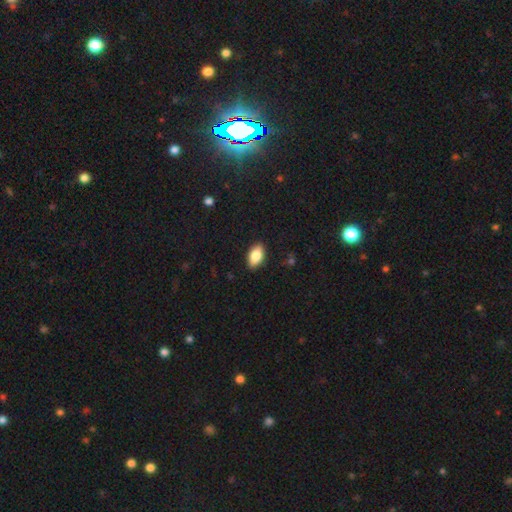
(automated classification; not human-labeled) Smooth or featured? Predicted: smooth (p=0.84). How rounded? Predicted: in between (p=0.92). Merging? Predicted: none (p=0.87).